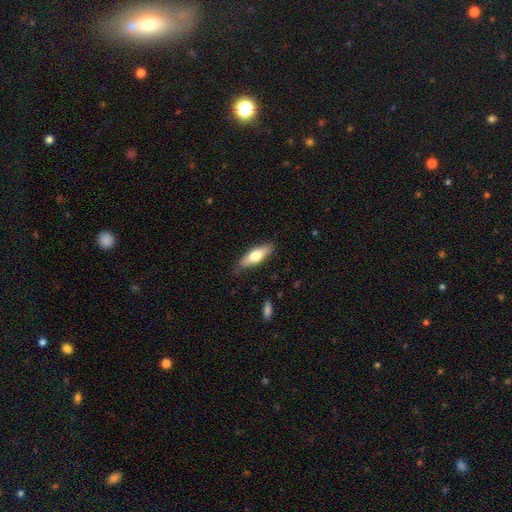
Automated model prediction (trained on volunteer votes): The model was most divided on "how rounded": in between: 50%, cigar-shaped: 48%, round: 2%. More confident: merging — none (79%); smooth or featured — smooth (66%).